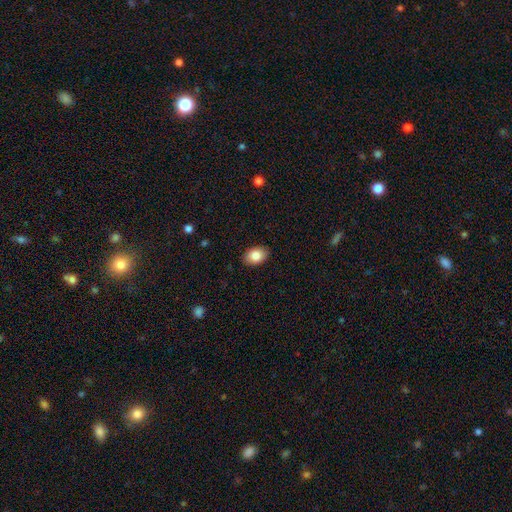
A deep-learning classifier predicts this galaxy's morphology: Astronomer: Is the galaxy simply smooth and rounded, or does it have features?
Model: smooth — 86%.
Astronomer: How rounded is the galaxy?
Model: in between — 80%.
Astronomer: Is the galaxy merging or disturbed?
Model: none — 89%.